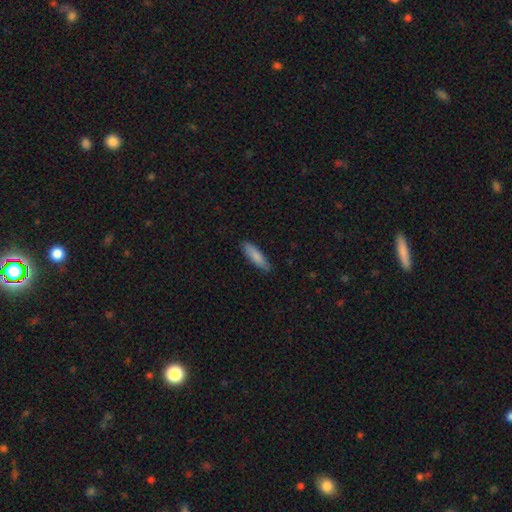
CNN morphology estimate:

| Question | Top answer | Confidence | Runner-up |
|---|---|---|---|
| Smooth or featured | smooth | 83% | featured or disk (11%) |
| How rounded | cigar-shaped | 64% | in between (35%) |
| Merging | none | 84% | minor disturbance (13%) |